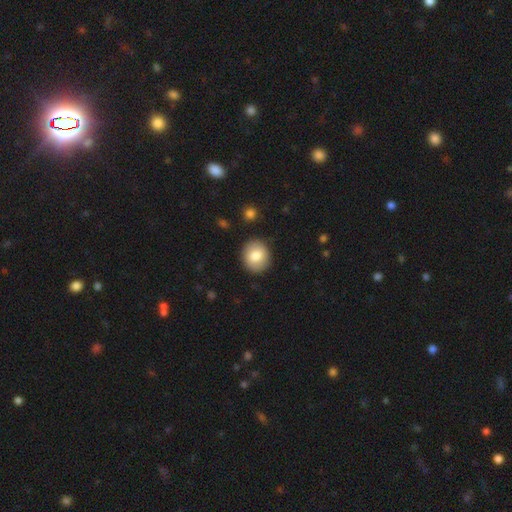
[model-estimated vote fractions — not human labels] A smooth galaxy with no disk features (80%) that is round (79%). Merging: none (88%).